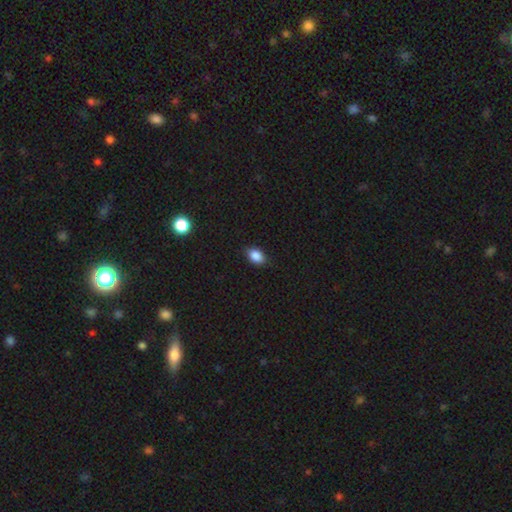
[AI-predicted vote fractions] Smooth or featured?
  - smooth: 88% *
  - star or artifact: 9%
  - featured or disk: 3%
How rounded?
  - in between: 81% *
  - round: 17%
  - cigar-shaped: 1%
Merging?
  - none: 86% *
  - minor disturbance: 10%
  - major disturbance: 2%
  - merger: 1%